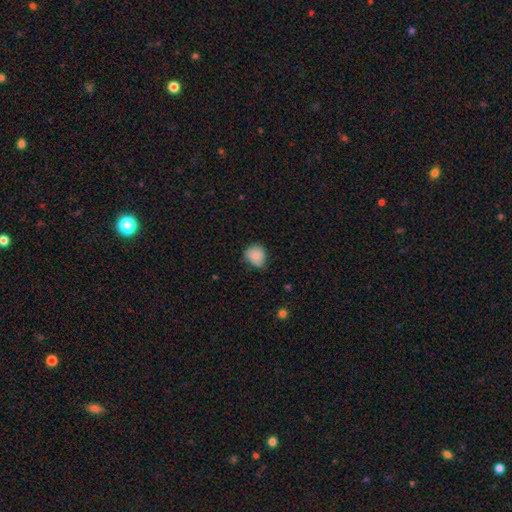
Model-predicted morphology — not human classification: A smooth galaxy with no disk features (82%) that is round (71%). Merging: none (55%).